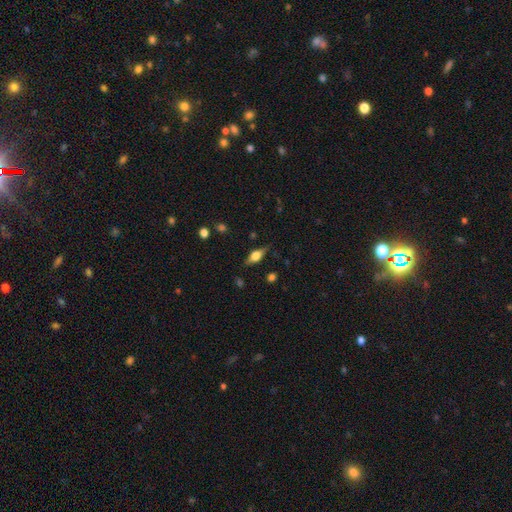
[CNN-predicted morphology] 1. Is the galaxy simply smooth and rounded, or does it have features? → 54% featured or disk, 38% smooth, 8% star or artifact.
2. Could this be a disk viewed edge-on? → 94% yes, 6% no.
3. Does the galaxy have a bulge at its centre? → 90% rounded, 9% boxy, 1% none.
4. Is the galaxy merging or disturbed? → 83% none, 13% minor disturbance, 3% major disturbance, 1% merger.